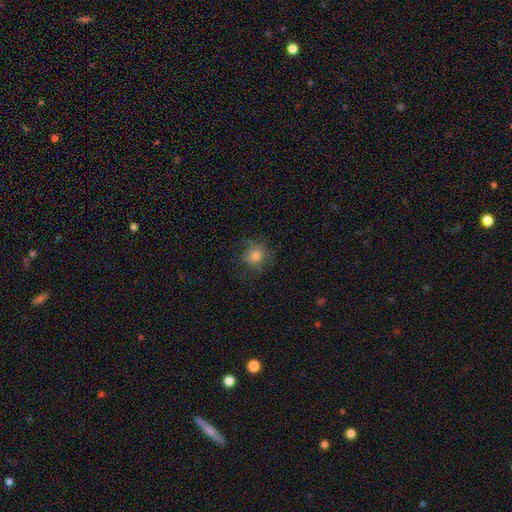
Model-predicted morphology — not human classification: smooth-or-featured: smooth: 72% | featured or disk: 15% | star or artifact: 12%
  how-rounded: round: 84% | in between: 15% | cigar-shaped: 1%
  merging: none: 66% | minor disturbance: 19% | major disturbance: 14% | merger: 1%